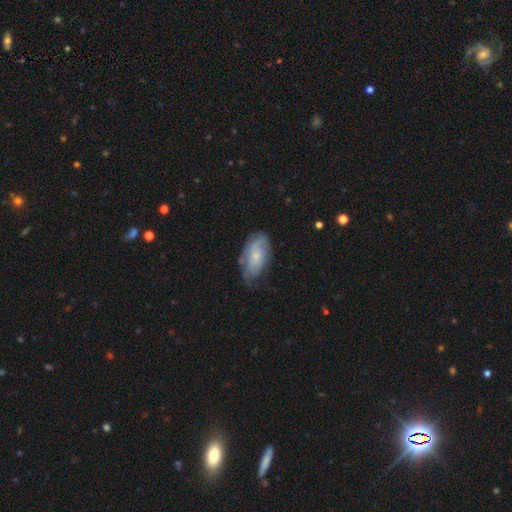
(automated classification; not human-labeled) smooth_or_featured: featured or disk (p=0.59) [alt: smooth p=0.34]
disk_edge_on: no (p=0.93) [alt: yes p=0.07]
bar: no (p=0.76) [alt: weak p=0.21]
has_spiral_arms: yes (p=0.81) [alt: no p=0.19]
bulge_size: small (p=0.72) [alt: moderate p=0.20]
merging: none (p=0.63) [alt: minor disturbance p=0.26]